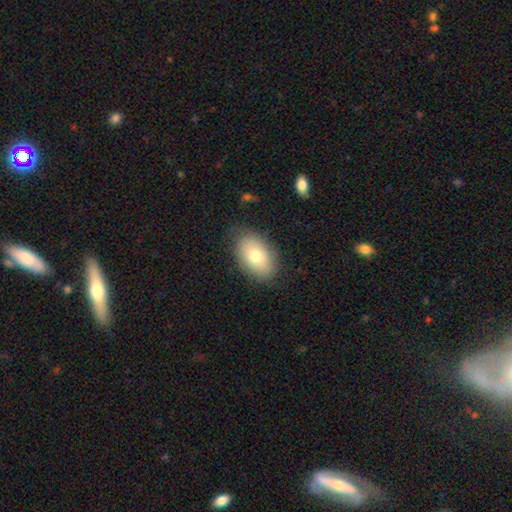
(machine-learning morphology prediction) Smooth or featured? Predicted: smooth (p=0.74). How rounded? Predicted: in between (p=0.88). Merging? Predicted: none (p=0.82).